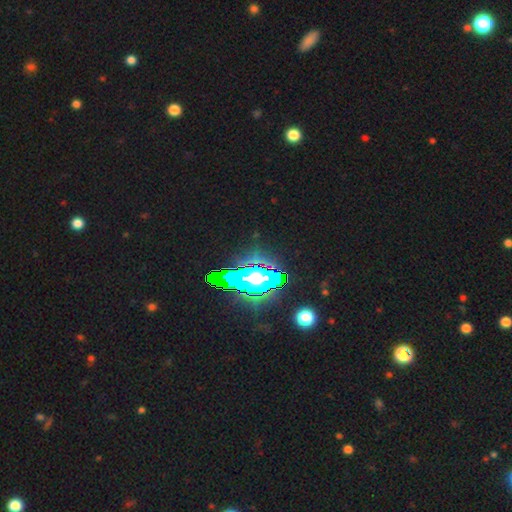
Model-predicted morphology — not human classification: A star or artifact, not a galaxy (58%).

Vote fractions:
- Smooth or featured? star or artifact: 58% / featured or disk: 24% / smooth: 18%